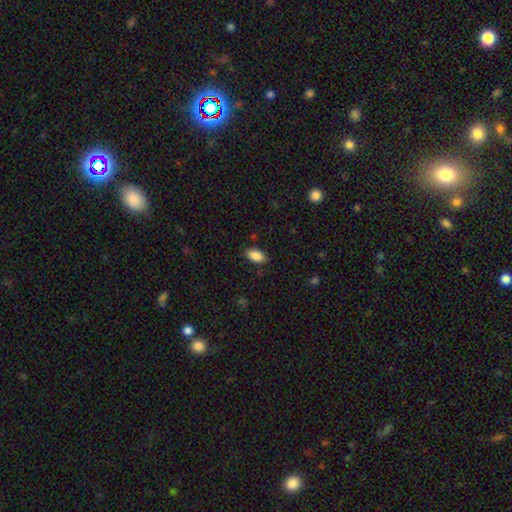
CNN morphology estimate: Smooth or featured? smooth (88%)
How rounded? in between (93%)
Merging? none (86%)